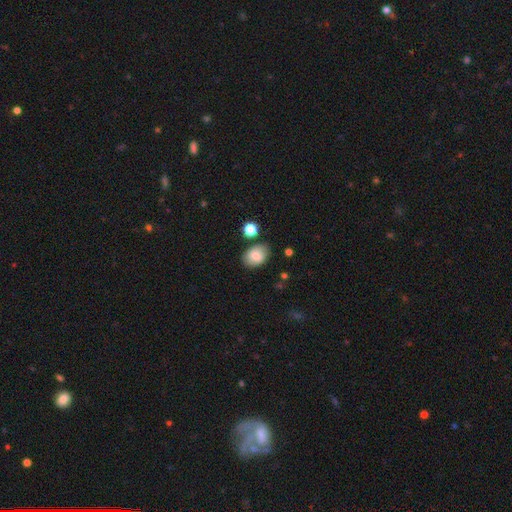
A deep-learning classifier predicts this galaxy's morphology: A smooth galaxy with no disk features (83%) that is in between round and cigar-shaped (79%).

Vote fractions:
- Smooth or featured? smooth: 83% / featured or disk: 9% / star or artifact: 8%
- How rounded? in between: 79% / round: 20% / cigar-shaped: 1%
- Merging? none: 77% / minor disturbance: 15% / merger: 5% / major disturbance: 4%